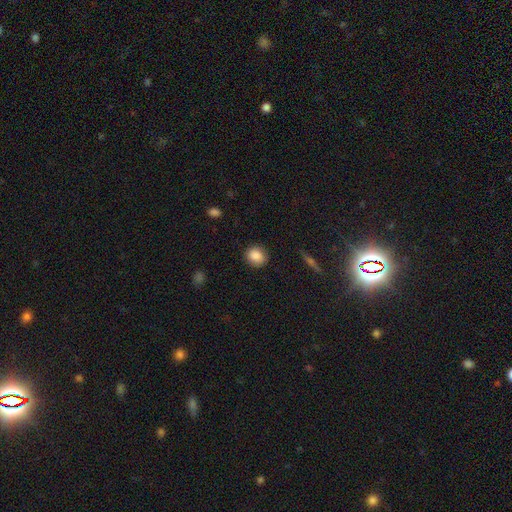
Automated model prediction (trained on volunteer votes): Smooth or featured?
  - smooth: 87% *
  - star or artifact: 8%
  - featured or disk: 5%
How rounded?
  - round: 77% *
  - in between: 22%
  - cigar-shaped: 1%
Merging?
  - none: 88% *
  - minor disturbance: 9%
  - major disturbance: 2%
  - merger: 1%